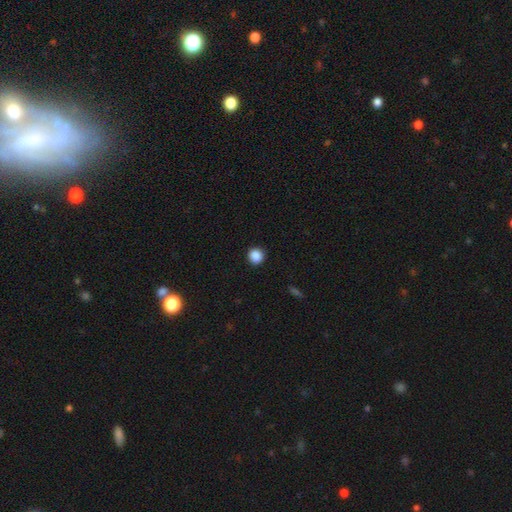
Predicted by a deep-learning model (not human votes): This is clearly a smooth galaxy (88%). How rounded: clearly round (92%). Merging: clearly none (92%).